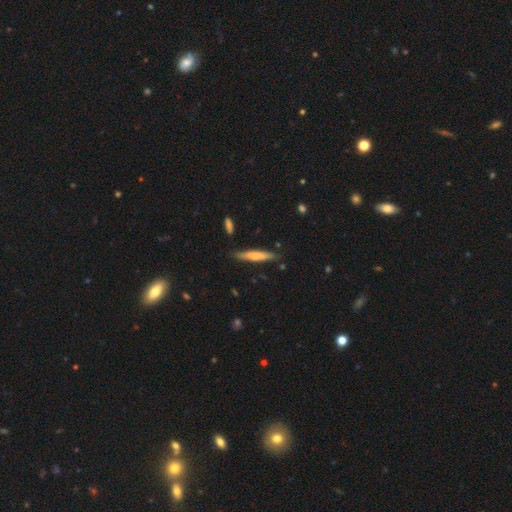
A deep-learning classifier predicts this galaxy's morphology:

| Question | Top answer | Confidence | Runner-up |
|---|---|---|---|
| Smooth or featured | smooth | 63% | featured or disk (32%) |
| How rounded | cigar-shaped | 91% | in between (8%) |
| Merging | none | 84% | minor disturbance (12%) |